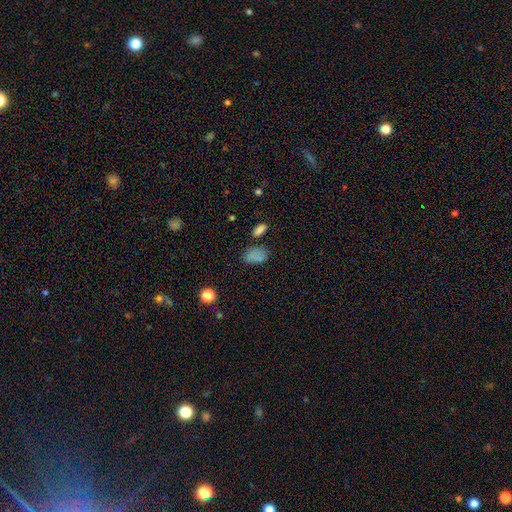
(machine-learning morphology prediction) A smooth galaxy with no disk features (75%) that is in between round and cigar-shaped (88%).

Vote fractions:
- Smooth or featured? smooth: 75% / star or artifact: 18% / featured or disk: 7%
- How rounded? in between: 88% / round: 10% / cigar-shaped: 2%
- Merging? none: 66% / minor disturbance: 19% / merger: 8% / major disturbance: 7%